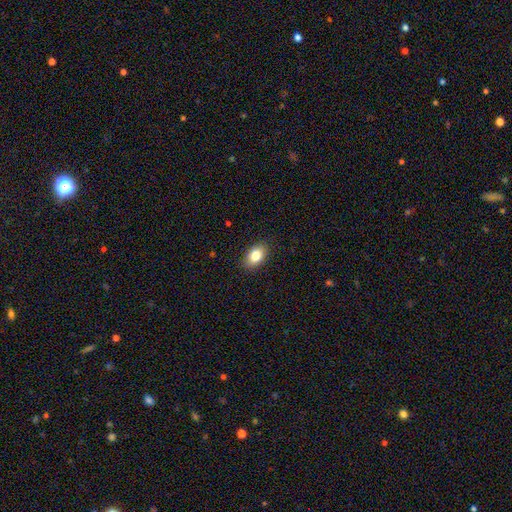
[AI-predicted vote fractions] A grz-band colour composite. It shows a smooth galaxy with no disk features (82%) that is in between round and cigar-shaped (87%). Merging: none (88%).